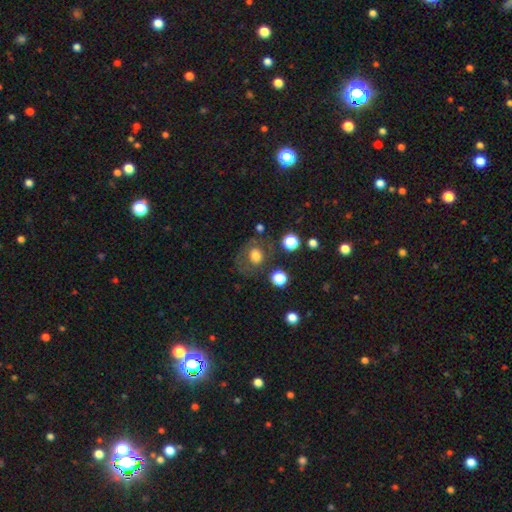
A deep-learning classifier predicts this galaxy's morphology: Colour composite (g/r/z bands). It shows a smooth galaxy with no disk features (68%) that is round (71%). Merging: none (65%).